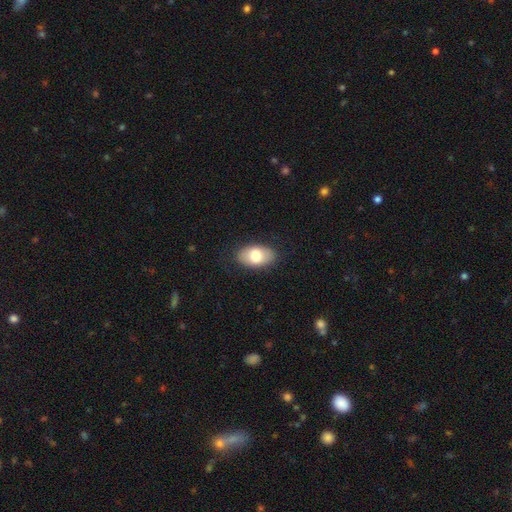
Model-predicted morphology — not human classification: This appears to be a smooth galaxy with no disk features (76%) that is in between round and cigar-shaped (93%). Merging: none (85%).